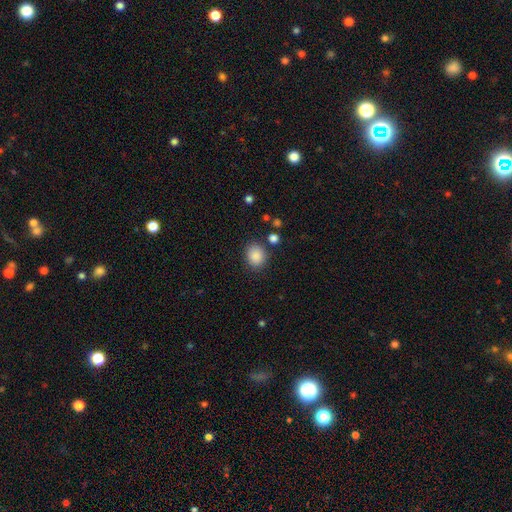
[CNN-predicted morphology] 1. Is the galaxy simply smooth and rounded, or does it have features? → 87% smooth, 9% star or artifact, 4% featured or disk.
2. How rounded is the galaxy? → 66% round, 33% in between, 1% cigar-shaped.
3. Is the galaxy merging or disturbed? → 82% none, 11% minor disturbance, 4% major disturbance, 4% merger.